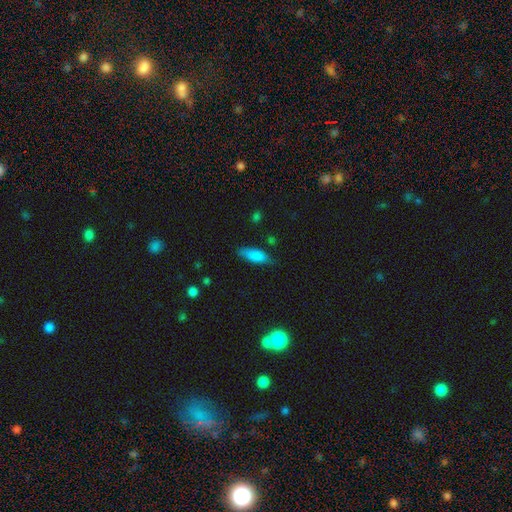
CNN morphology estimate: Q: Smooth or featured?
A: smooth (82%); runner-up: featured or disk (11%)
Q: How rounded?
A: in between (58%); runner-up: cigar-shaped (40%)
Q: Merging?
A: none (73%); runner-up: minor disturbance (21%)